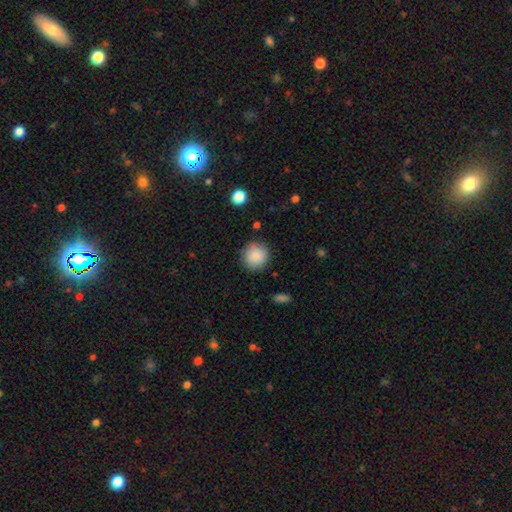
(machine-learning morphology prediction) The model was most divided on "merging": none: 86%, minor disturbance: 10%, major disturbance: 3%, merger: 1%. More confident: how rounded — round (92%); smooth or featured — smooth (88%).